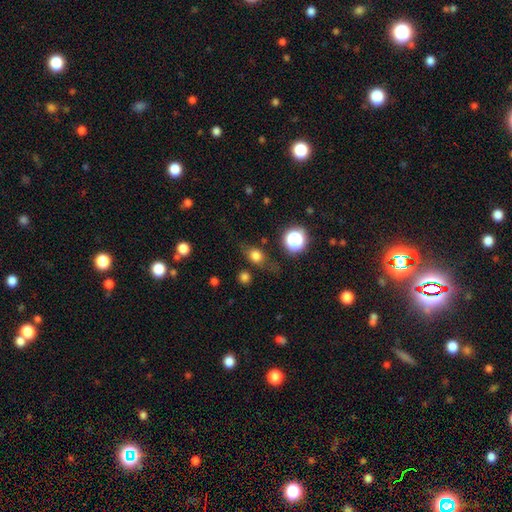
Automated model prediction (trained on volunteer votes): Morphology: type=smooth (70%); roundness=in between (48%); merging=none (68%).